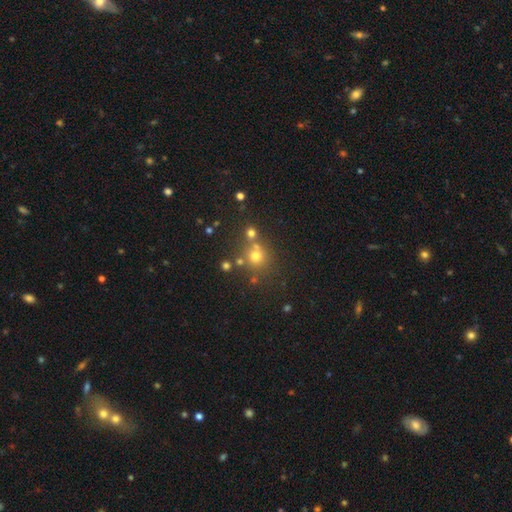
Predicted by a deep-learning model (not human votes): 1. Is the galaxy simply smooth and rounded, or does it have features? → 65% smooth, 23% star or artifact, 12% featured or disk.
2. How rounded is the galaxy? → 87% round, 12% in between, 1% cigar-shaped.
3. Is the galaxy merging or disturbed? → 61% none, 26% merger, 9% minor disturbance, 4% major disturbance.